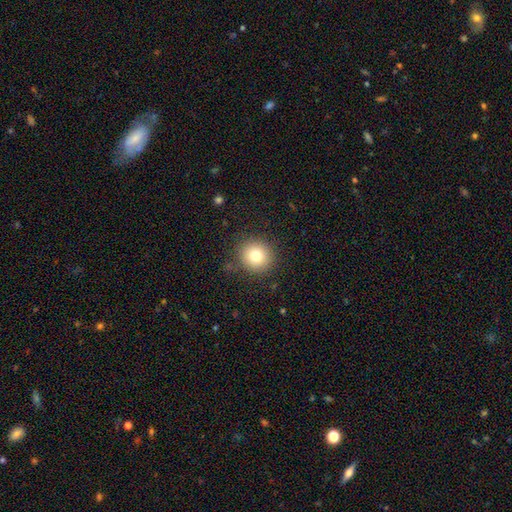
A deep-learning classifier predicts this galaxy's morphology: smooth_or_featured: smooth (p=0.78) [alt: star or artifact p=0.12]
how_rounded: round (p=0.91) [alt: in between p=0.08]
merging: none (p=0.88) [alt: minor disturbance p=0.08]